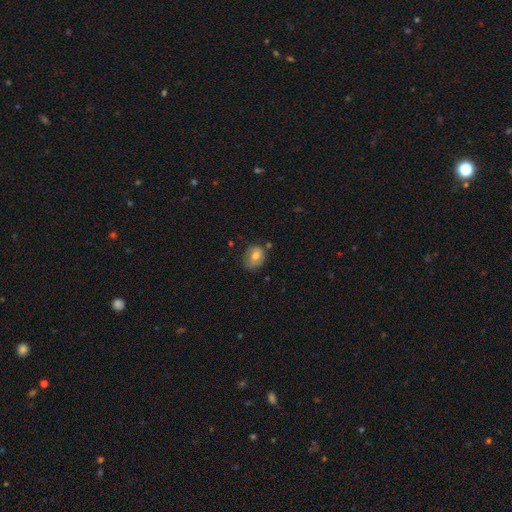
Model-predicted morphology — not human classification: A smooth galaxy with no disk features (69%) that is in between round and cigar-shaped (50%). Merging: none (62%).